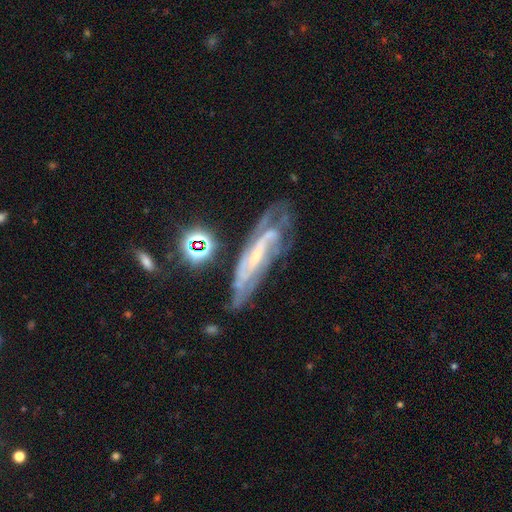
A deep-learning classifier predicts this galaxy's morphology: The model was most divided on "bar": weak: 37%, no: 34%, strong: 29%. Remaining: spiral arms — yes (90%); smooth or featured — featured or disk (79%); edge-on disk — no (75%); bulge size — small (61%); merging — none (58%); spiral winding — tight (47%); spiral arm count — 2 (39%).